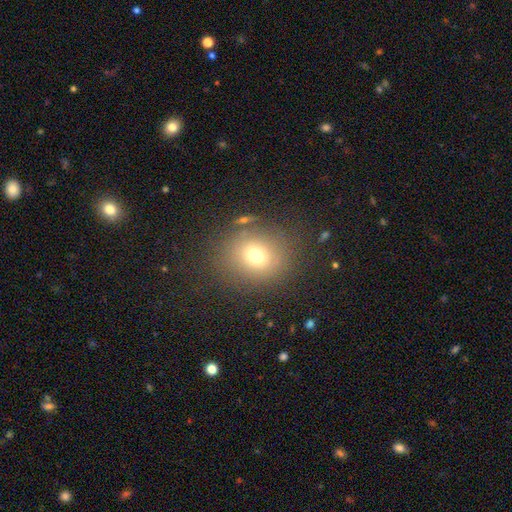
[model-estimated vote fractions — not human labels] Morphology: type=smooth (70%); roundness=round (73%); merging=none (80%).